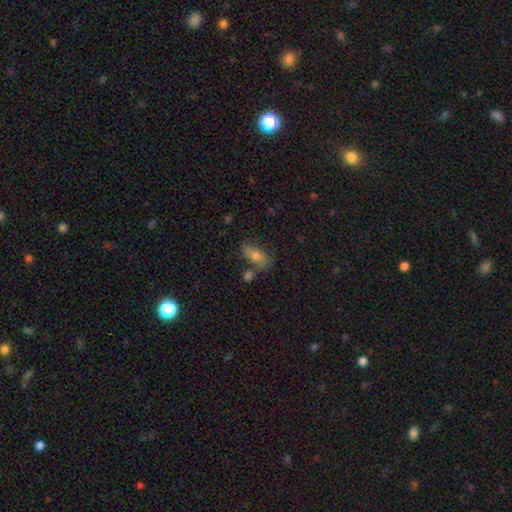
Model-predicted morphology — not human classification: Smooth or featured: smooth — 64% (featured or disk — 25%)
How rounded: in between — 72% (cigar-shaped — 22%)
Merging: none — 65% (minor disturbance — 17%)